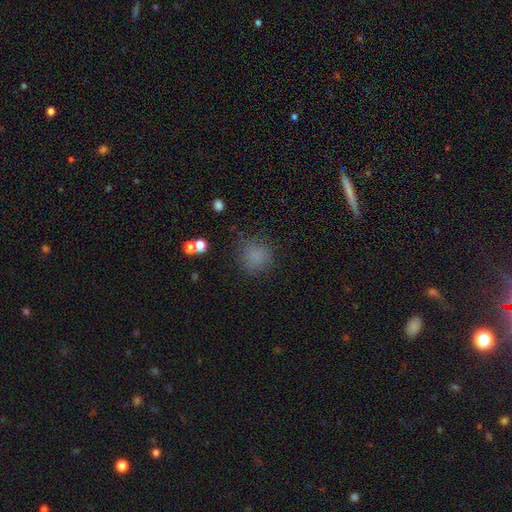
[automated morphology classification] A smooth galaxy with no disk features (77%) that is round (88%). Merging: none (77%).